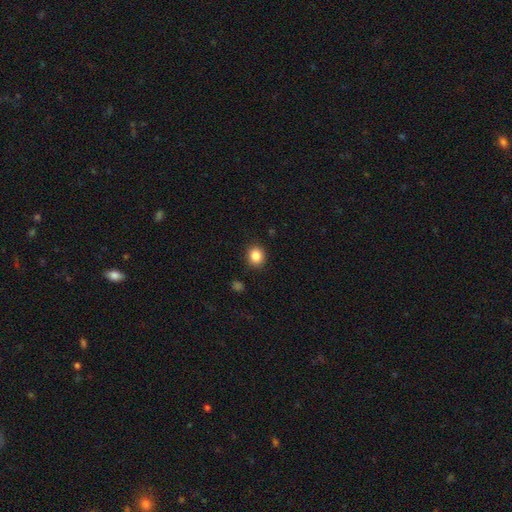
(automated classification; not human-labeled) This appears to be a smooth galaxy with no disk features (86%) that is round (74%). Merging: none (89%).